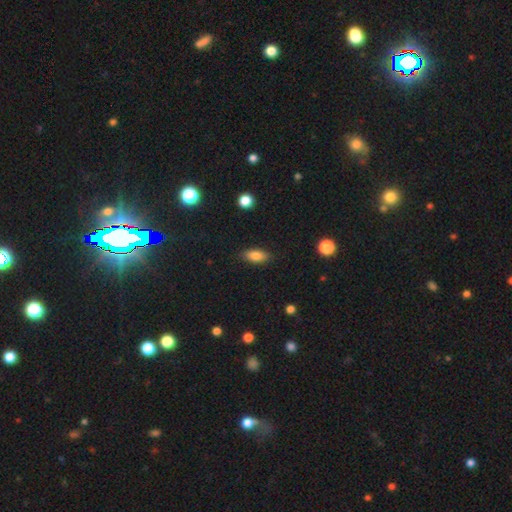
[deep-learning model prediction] Morphology: type=smooth (82%); roundness=in between (81%); merging=none (86%).